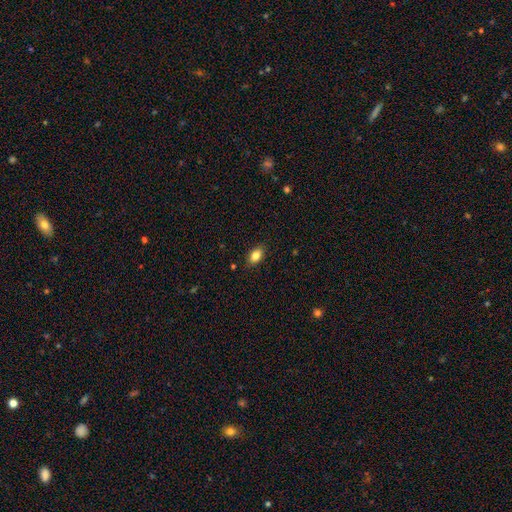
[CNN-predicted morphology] A smooth galaxy with no disk features (84%) that is in between round and cigar-shaped (87%). Merging: none (86%).